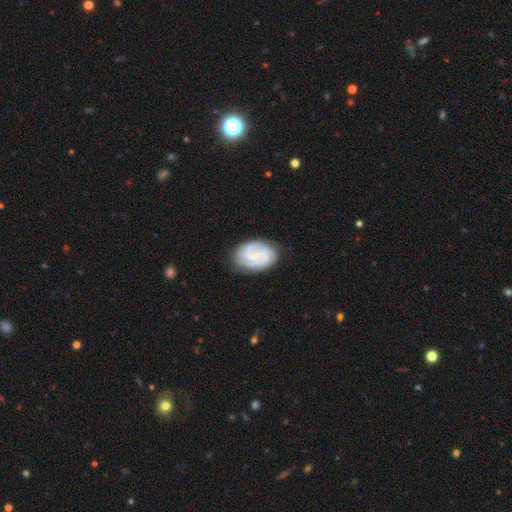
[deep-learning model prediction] smooth_or_featured: featured or disk (p=0.75) [alt: smooth p=0.19]
disk_edge_on: no (p=0.98) [alt: yes p=0.02]
bar: weak (p=0.50) [alt: no p=0.36]
has_spiral_arms: yes (p=0.94) [alt: no p=0.06]
spiral_winding: tight (p=0.47) [alt: medium p=0.41]
spiral_arm_count: 2 (p=0.61) [alt: can't tell p=0.15]
bulge_size: small (p=0.56) [alt: none p=0.27]
merging: none (p=0.80) [alt: minor disturbance p=0.15]